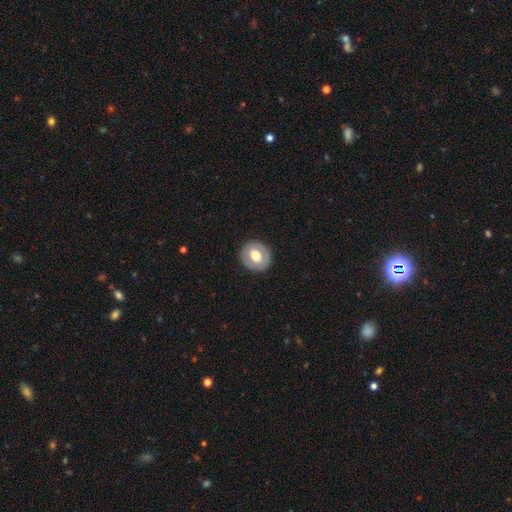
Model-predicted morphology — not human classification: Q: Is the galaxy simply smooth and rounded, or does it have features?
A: smooth — 59%.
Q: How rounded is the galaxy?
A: round — 78%.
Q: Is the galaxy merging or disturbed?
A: none — 88%.